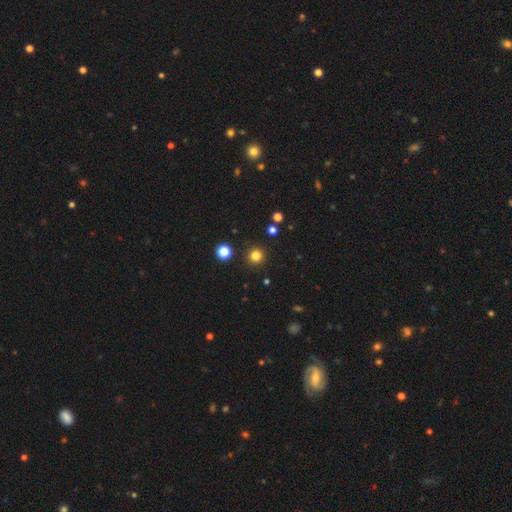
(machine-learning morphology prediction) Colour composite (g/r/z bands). It shows a smooth galaxy with no disk features (81%) that is round (95%). Merging: none (91%).